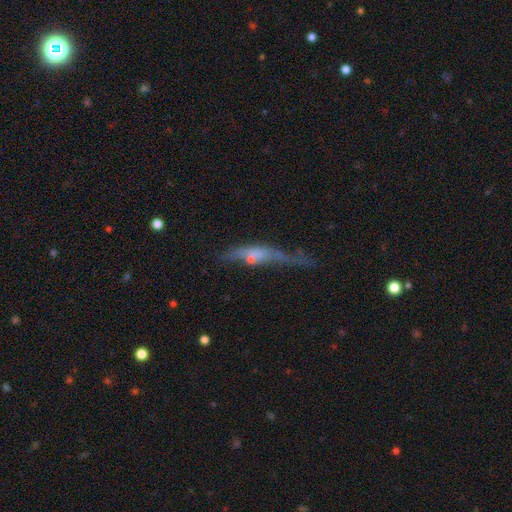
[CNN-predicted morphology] This appears to be a featured or disk galaxy (54%) viewed edge-on (73%). Merging: none (37%).